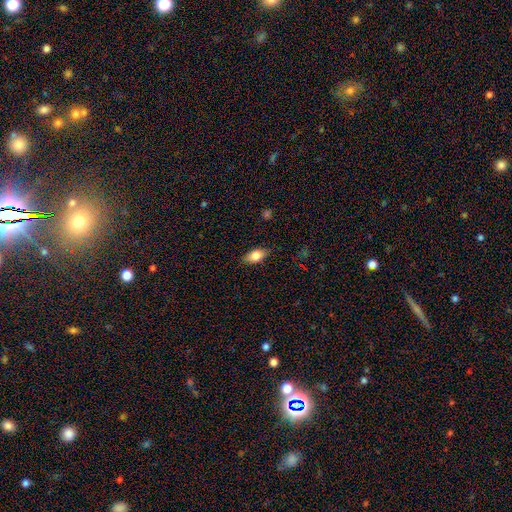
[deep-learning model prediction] Morphology: type=smooth (81%); roundness=in between (87%); merging=none (84%).